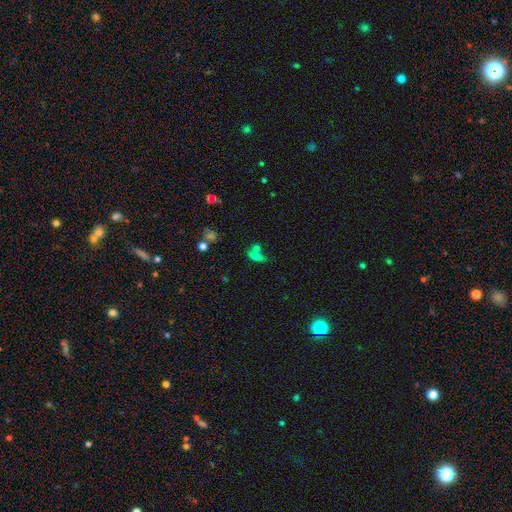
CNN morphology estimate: Smooth or featured? smooth (67%)
How rounded? in between (64%)
Merging? merger (42%)